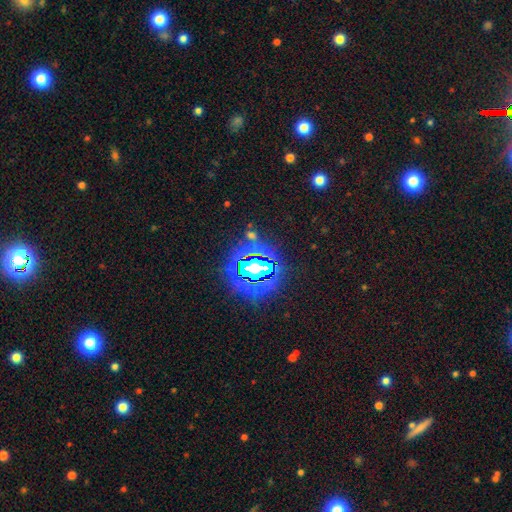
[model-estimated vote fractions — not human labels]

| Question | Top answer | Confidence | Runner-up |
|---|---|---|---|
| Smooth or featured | star or artifact | 82% | smooth (11%) |